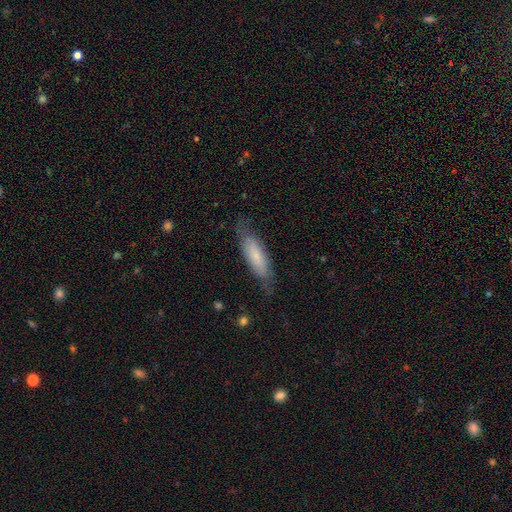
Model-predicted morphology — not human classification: Overall: smooth (67%). How rounded: cigar-shaped (53%; in between 45%). Merging: none (71%).